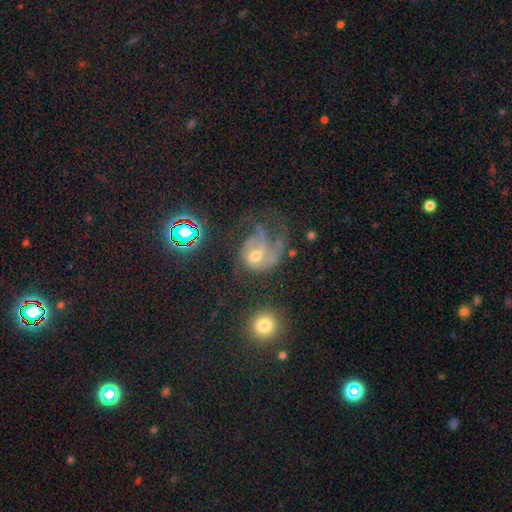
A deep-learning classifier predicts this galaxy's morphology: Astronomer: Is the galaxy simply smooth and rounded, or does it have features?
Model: featured or disk — 73%.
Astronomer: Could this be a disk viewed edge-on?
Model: no — 98%.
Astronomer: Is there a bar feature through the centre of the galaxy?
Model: no — 54% (runner-up: weak, 36%).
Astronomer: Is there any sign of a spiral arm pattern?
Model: yes — 88%.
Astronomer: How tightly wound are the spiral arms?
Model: medium — 44% (runner-up: loose, 35%).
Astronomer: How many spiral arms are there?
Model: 1 — 36% (runner-up: 2, 26%).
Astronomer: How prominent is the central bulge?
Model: moderate — 60%.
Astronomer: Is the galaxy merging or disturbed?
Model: major disturbance — 51% (runner-up: none, 27%).